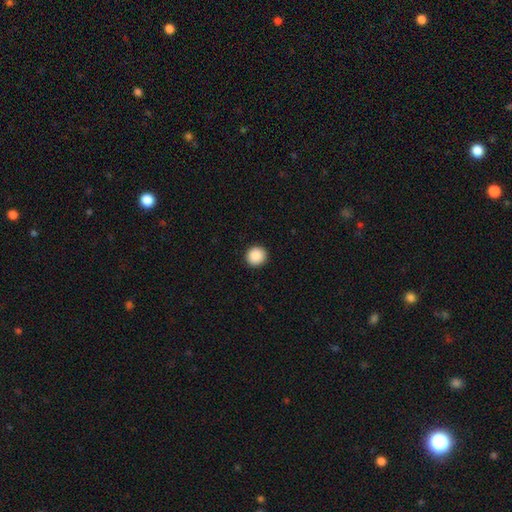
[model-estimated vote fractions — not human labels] A smooth galaxy with no disk features (89%) that is round (94%).

Vote fractions:
- Smooth or featured? smooth: 89% / star or artifact: 8% / featured or disk: 2%
- How rounded? round: 94% / in between: 5% / cigar-shaped: 1%
- Merging? none: 93% / minor disturbance: 4% / major disturbance: 2% / merger: 1%